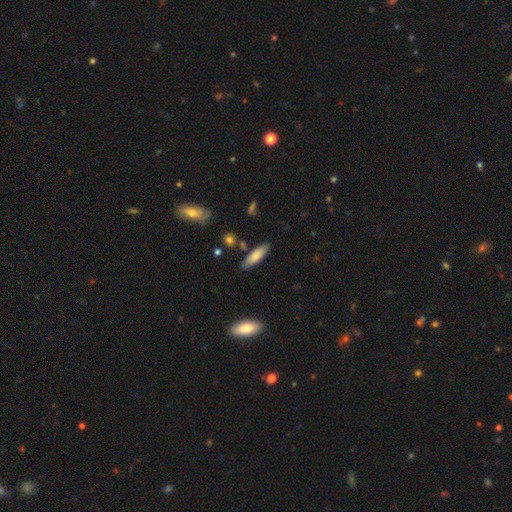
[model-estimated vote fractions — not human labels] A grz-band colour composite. It shows a smooth galaxy with no disk features (75%) that is cigar-shaped (62%). Merging: none (82%).